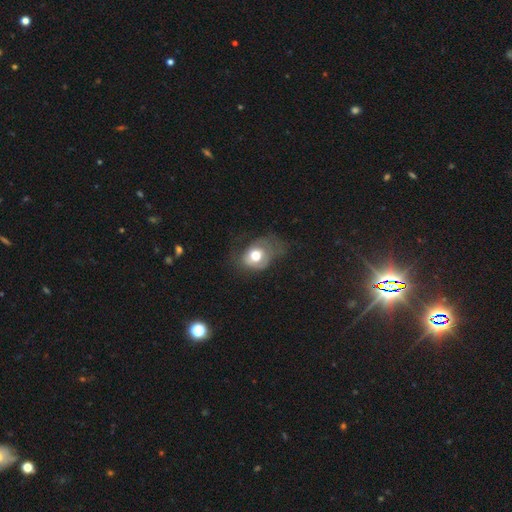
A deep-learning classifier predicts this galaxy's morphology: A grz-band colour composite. It shows a smooth galaxy with no disk features (56%) that is in between round and cigar-shaped (56%). Merging: major disturbance (36%).